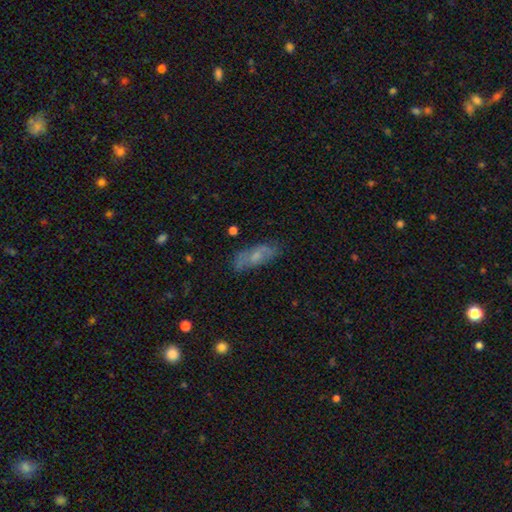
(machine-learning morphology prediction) Smooth or featured?
  - smooth: 52% *
  - featured or disk: 38%
  - star or artifact: 10%
How rounded?
  - in between: 68% *
  - cigar-shaped: 28%
  - round: 4%
Merging?
  - none: 69% *
  - minor disturbance: 21%
  - major disturbance: 7%
  - merger: 3%